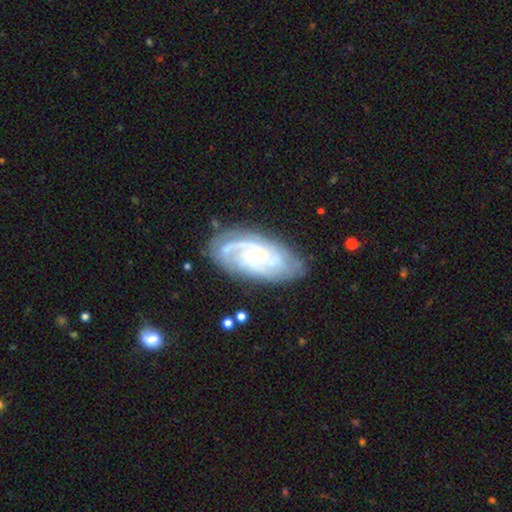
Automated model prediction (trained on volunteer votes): Q: Smooth or featured?
A: featured or disk (84%); runner-up: smooth (11%)
Q: Edge-on disk?
A: no (95%); runner-up: yes (5%)
Q: Bar?
A: no (67%); runner-up: weak (27%)
Q: Spiral arms?
A: yes (95%); runner-up: no (5%)
Q: Spiral winding?
A: tight (55%); runner-up: medium (35%)
Q: Spiral arm count?
A: 2 (30%); runner-up: can't tell (28%)
Q: Bulge size?
A: small (70%); runner-up: moderate (26%)
Q: Merging?
A: none (75%); runner-up: minor disturbance (17%)